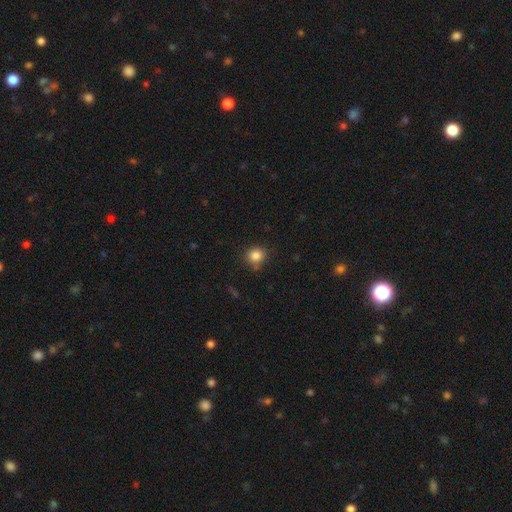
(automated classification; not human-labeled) A smooth galaxy with no disk features (85%) that is round (86%). Merging: none (82%).